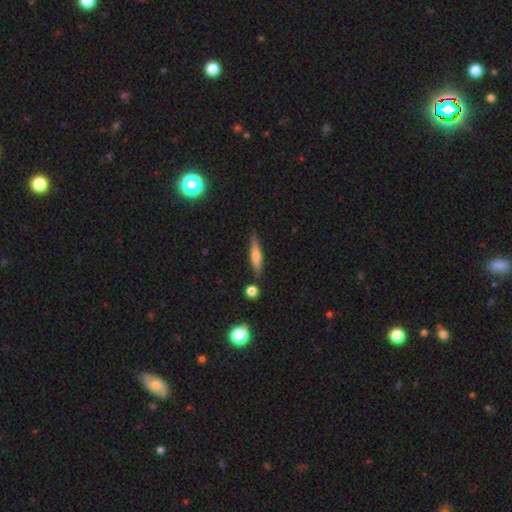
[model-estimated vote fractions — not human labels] Q: Smooth or featured?
A: smooth (54%); runner-up: featured or disk (39%)
Q: How rounded?
A: cigar-shaped (83%); runner-up: in between (15%)
Q: Merging?
A: none (82%); runner-up: minor disturbance (11%)